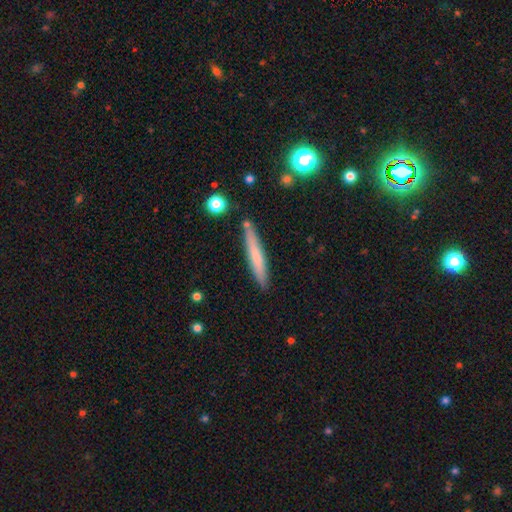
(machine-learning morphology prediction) The model was most divided on "smooth or featured": smooth: 66%, featured or disk: 28%, star or artifact: 6%. More confident: how rounded — cigar-shaped (95%); merging — none (87%).